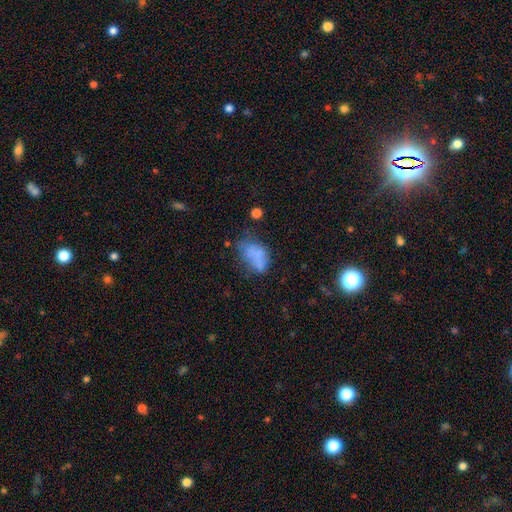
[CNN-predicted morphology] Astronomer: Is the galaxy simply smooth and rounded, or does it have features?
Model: smooth — 61%.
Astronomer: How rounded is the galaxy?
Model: in between — 86%.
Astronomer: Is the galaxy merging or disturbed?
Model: none — 33% (runner-up: minor disturbance, 27%).